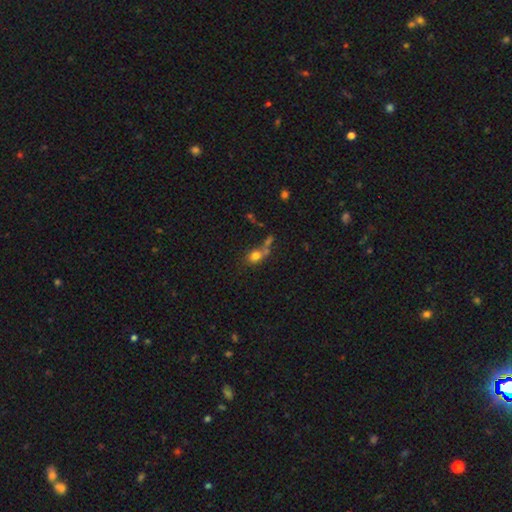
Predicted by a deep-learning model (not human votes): The model was most divided on "merging": none: 39%, merger: 38%, minor disturbance: 14%, major disturbance: 9%. More confident: smooth or featured — smooth (75%); how rounded — in between (53%).